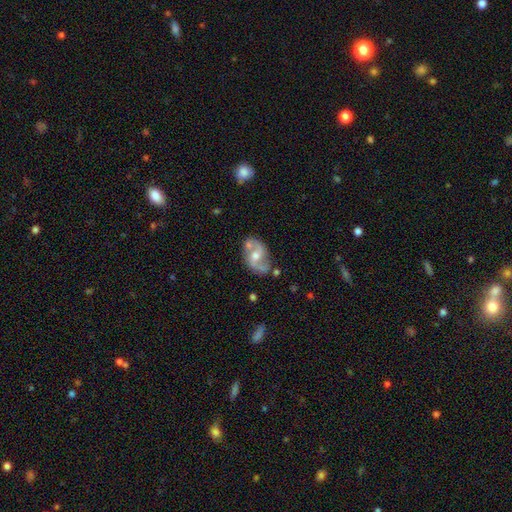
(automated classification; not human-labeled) A featured or disk galaxy (78%) with a weak bar (42%), 2 (90%) loose (49%) spiral arms (88%) and a moderate central bulge (65%).

Vote fractions:
- Smooth or featured? featured or disk: 78% / smooth: 16% / star or artifact: 6%
- Edge-on disk? no: 97% / yes: 3%
- Bar? weak: 42% / no: 39% / strong: 19%
- Spiral arms? yes: 88% / no: 12%
- Spiral winding? loose: 49% / medium: 39% / tight: 11%
- Spiral arm count? 2: 90% / can't tell: 5% / 1: 3% / 3: 1% / 4: 1% / more than 4: 1%
- Bulge size? moderate: 65% / small: 27% / large: 4% / none: 2% / dominant: 1%
- Merging? none: 64% / minor disturbance: 18% / merger: 11% / major disturbance: 6%